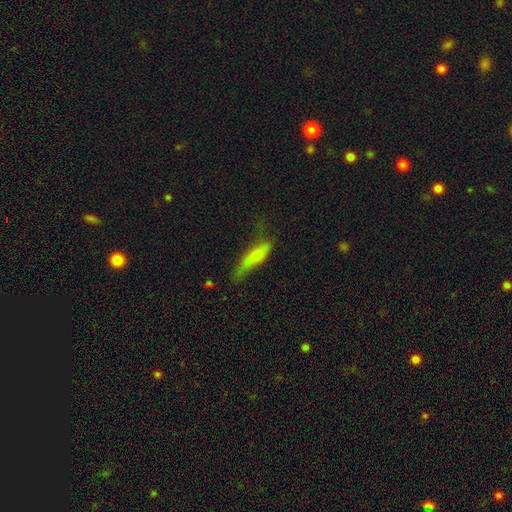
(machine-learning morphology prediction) The model was most divided on "merging": none: 46%, minor disturbance: 33%, major disturbance: 17%, merger: 3%. More confident: how rounded — cigar-shaped (67%); smooth or featured — smooth (66%).